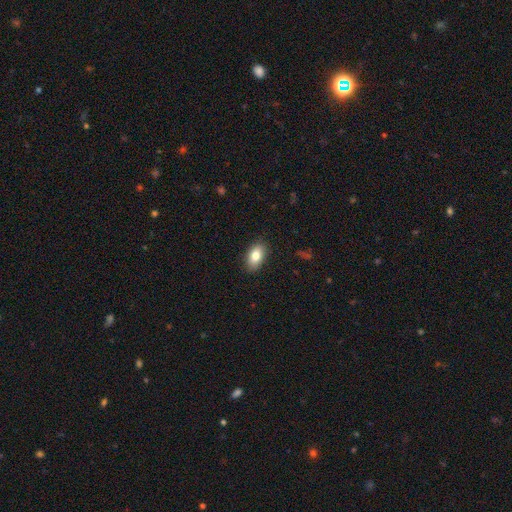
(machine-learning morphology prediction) smooth_or_featured: smooth (p=0.81) [alt: featured or disk p=0.11]
how_rounded: in between (p=0.91) [alt: round p=0.07]
merging: none (p=0.88) [alt: minor disturbance p=0.09]